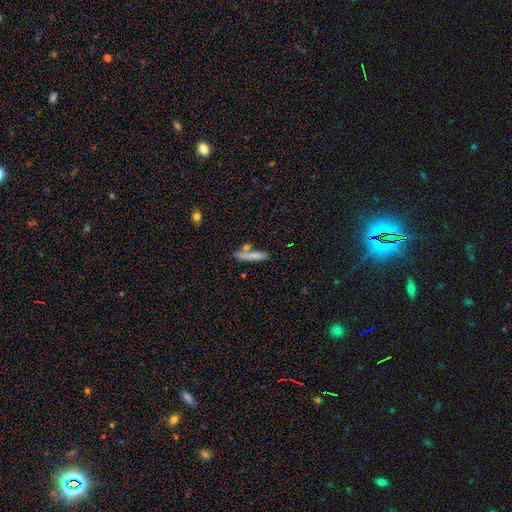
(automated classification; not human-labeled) Morphology: type=smooth (69%); roundness=cigar-shaped (91%); merging=none (75%).